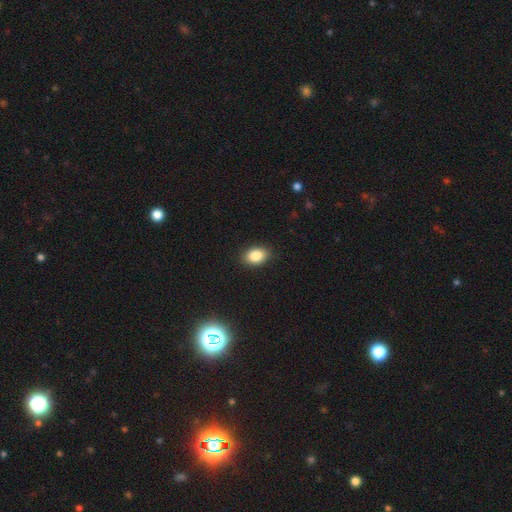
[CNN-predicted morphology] Smooth or featured? Predicted: smooth (p=0.85). How rounded? Predicted: in between (p=0.80). Merging? Predicted: none (p=0.89).